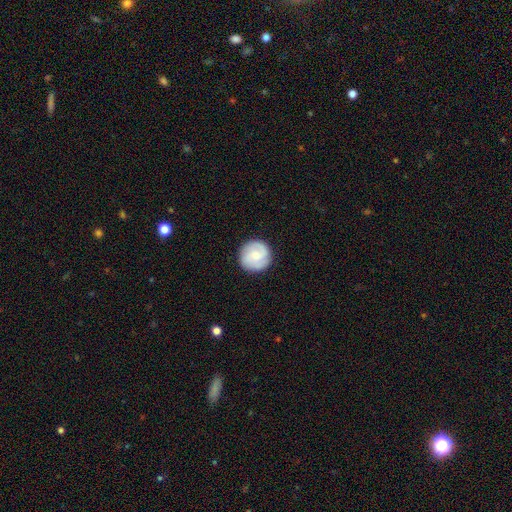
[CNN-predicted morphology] type=smooth (50%); roundness=round (94%); merging=none (88%).